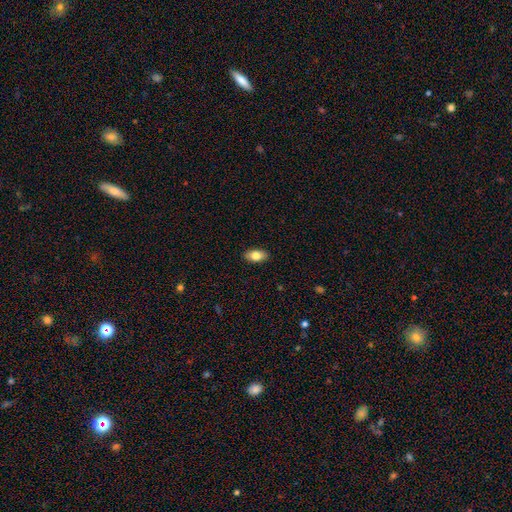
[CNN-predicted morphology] Smooth or featured? smooth (80%)
How rounded? in between (92%)
Merging? none (89%)